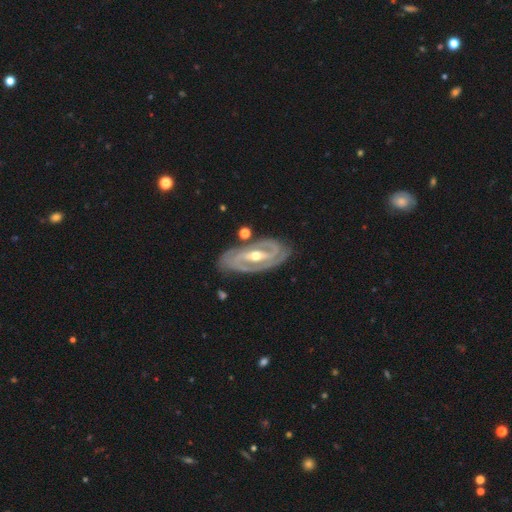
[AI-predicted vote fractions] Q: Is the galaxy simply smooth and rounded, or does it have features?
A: featured or disk — 91%.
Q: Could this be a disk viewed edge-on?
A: no — 94%.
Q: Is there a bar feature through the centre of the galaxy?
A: strong — 53%.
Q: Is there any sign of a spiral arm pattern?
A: yes — 96%.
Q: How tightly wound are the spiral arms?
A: tight — 67%.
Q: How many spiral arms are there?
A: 2 — 86%.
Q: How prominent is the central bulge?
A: moderate — 60%.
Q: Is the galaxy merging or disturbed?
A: none — 80%.